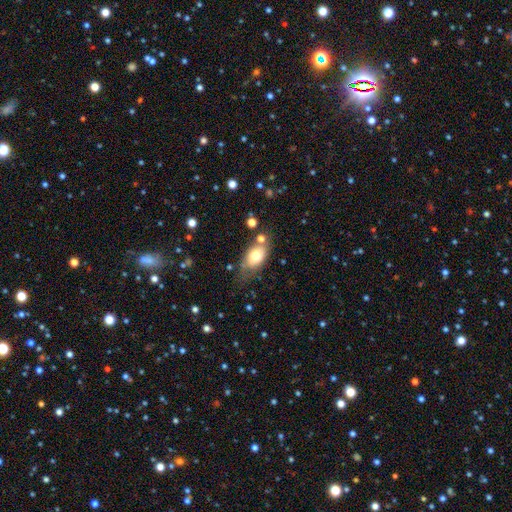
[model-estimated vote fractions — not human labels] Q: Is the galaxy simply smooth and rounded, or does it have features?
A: smooth — 70%.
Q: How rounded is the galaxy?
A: in between — 83%.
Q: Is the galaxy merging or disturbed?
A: none — 58%.